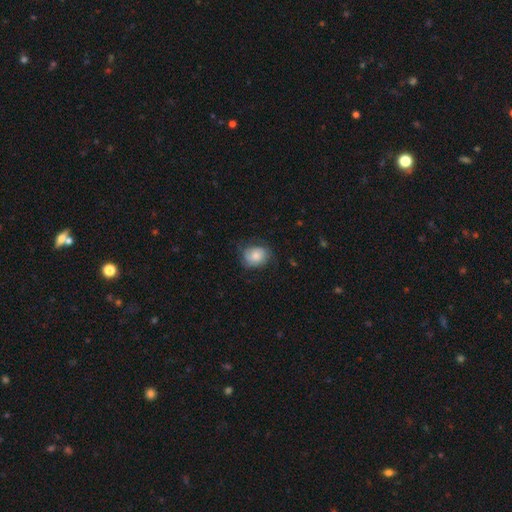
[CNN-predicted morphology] A smooth galaxy with no disk features (69%) that is round (56%).

Vote fractions:
- Smooth or featured? smooth: 69% / featured or disk: 23% / star or artifact: 8%
- How rounded? round: 56% / in between: 43% / cigar-shaped: 1%
- Merging? none: 65% / minor disturbance: 24% / major disturbance: 9% / merger: 1%